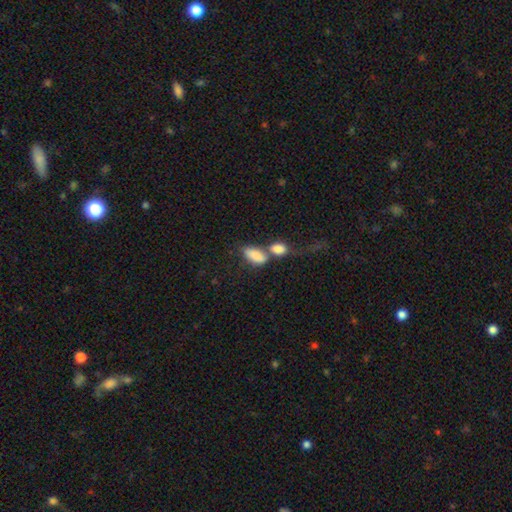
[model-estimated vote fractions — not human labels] This appears to be a smooth galaxy with no disk features (81%) that is in between round and cigar-shaped (88%). Merging: merger (60%).